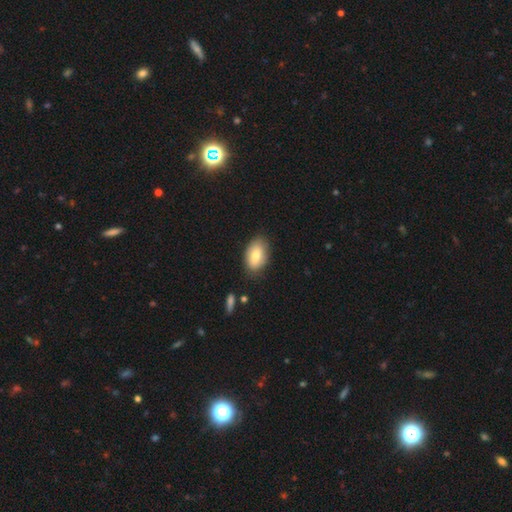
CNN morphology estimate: smooth_or_featured: smooth (p=0.78) [alt: featured or disk p=0.15]
how_rounded: in between (p=0.92) [alt: round p=0.07]
merging: none (p=0.79) [alt: minor disturbance p=0.16]